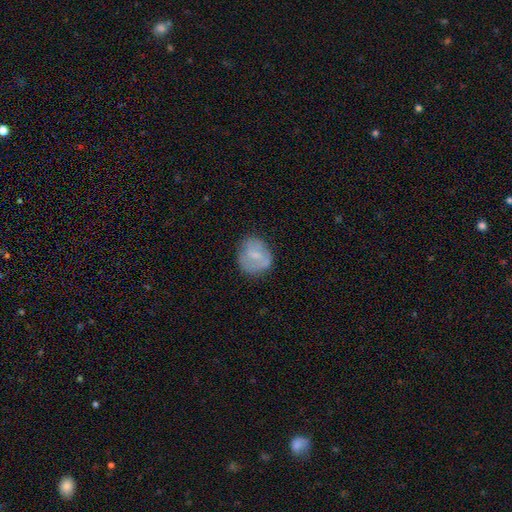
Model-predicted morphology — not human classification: smooth_or_featured: smooth (p=0.57) [alt: featured or disk p=0.35]
how_rounded: round (p=0.72) [alt: in between p=0.27]
merging: none (p=0.65) [alt: minor disturbance p=0.23]